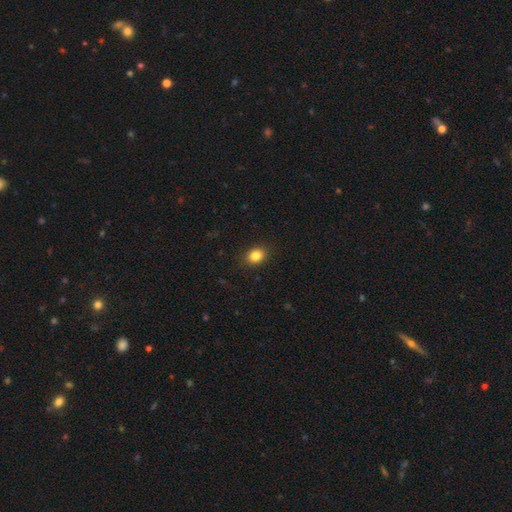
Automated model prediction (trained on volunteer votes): Smooth or featured? smooth (84%)
How rounded? in between (50%)
Merging? none (89%)